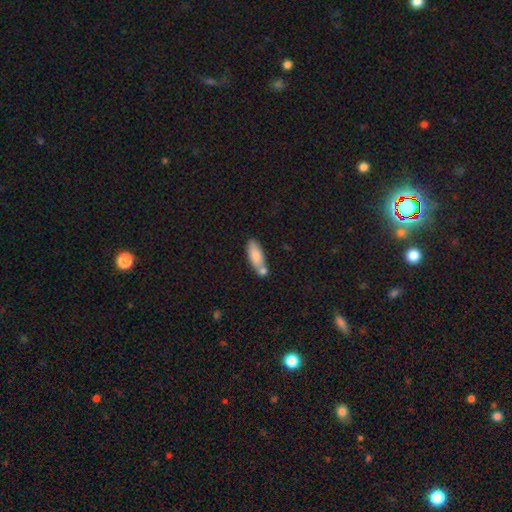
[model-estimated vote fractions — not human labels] Smooth or featured?
  - smooth: 80% *
  - featured or disk: 13%
  - star or artifact: 6%
How rounded?
  - in between: 62% *
  - cigar-shaped: 36%
  - round: 2%
Merging?
  - none: 51% *
  - merger: 29%
  - minor disturbance: 15%
  - major disturbance: 4%